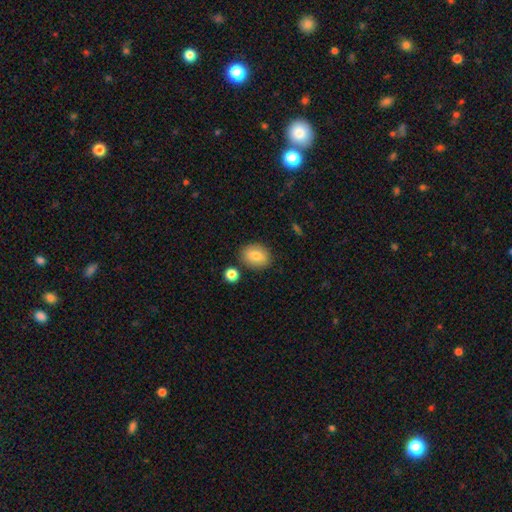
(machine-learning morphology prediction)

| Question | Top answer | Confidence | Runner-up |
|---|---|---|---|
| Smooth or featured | smooth | 81% | featured or disk (11%) |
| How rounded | in between | 68% | round (30%) |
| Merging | none | 81% | minor disturbance (11%) |